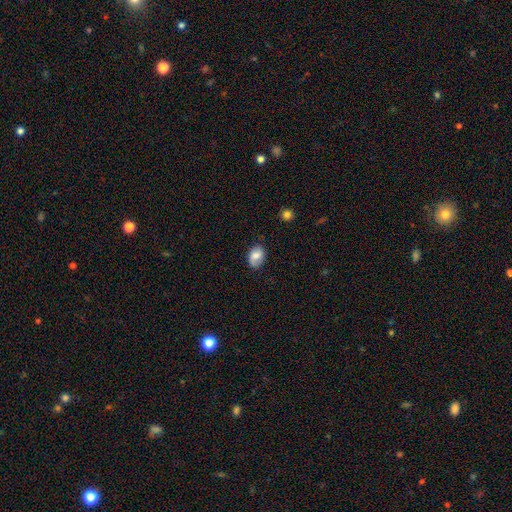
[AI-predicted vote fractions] smooth-or-featured: smooth: 79% | featured or disk: 13% | star or artifact: 8%
  how-rounded: in between: 79% | round: 20% | cigar-shaped: 1%
  merging: none: 71% | minor disturbance: 23% | major disturbance: 4% | merger: 1%